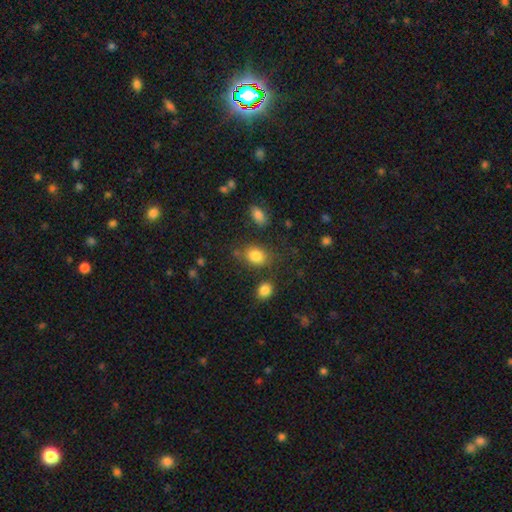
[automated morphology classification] smooth 83%, star or artifact 10%, featured or disk 7%. Down the decision tree: how rounded — in between (62%); merging — none (71%).